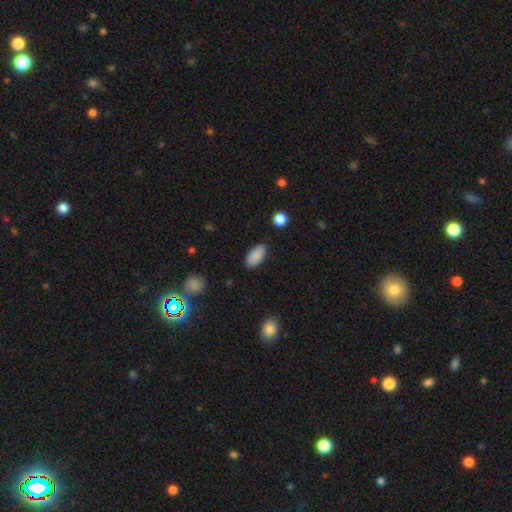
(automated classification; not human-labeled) A smooth galaxy with no disk features (89%) that is in between round and cigar-shaped (91%). Merging: none (86%).